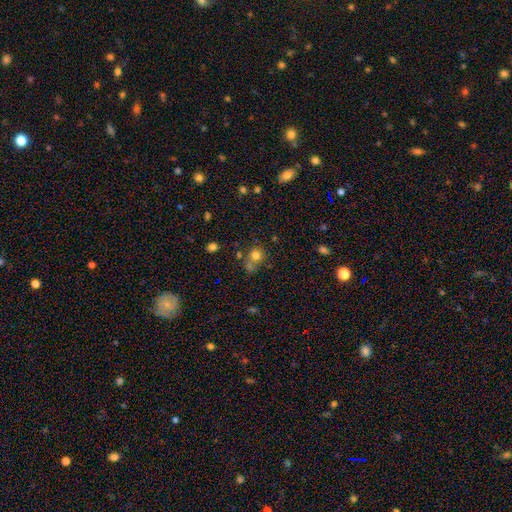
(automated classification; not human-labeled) Smooth or featured? Predicted: smooth (p=0.75). How rounded? Predicted: round (p=0.85). Merging? Predicted: none (p=0.54).